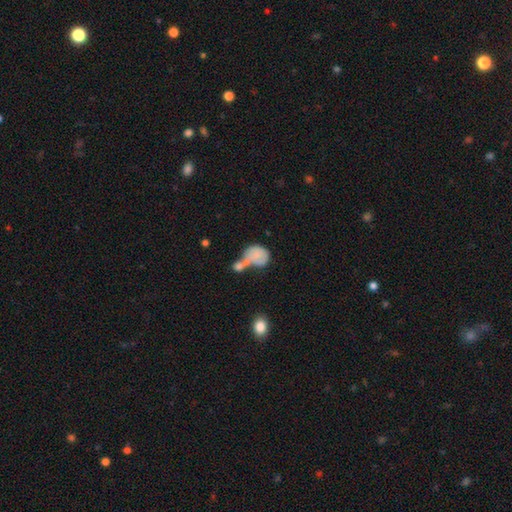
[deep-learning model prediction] A smooth galaxy with no disk features (72%) that is round (61%).

Vote fractions:
- Smooth or featured? smooth: 72% / featured or disk: 20% / star or artifact: 8%
- How rounded? round: 61% / in between: 37% / cigar-shaped: 2%
- Merging? merger: 57% / none: 18% / major disturbance: 13% / minor disturbance: 12%